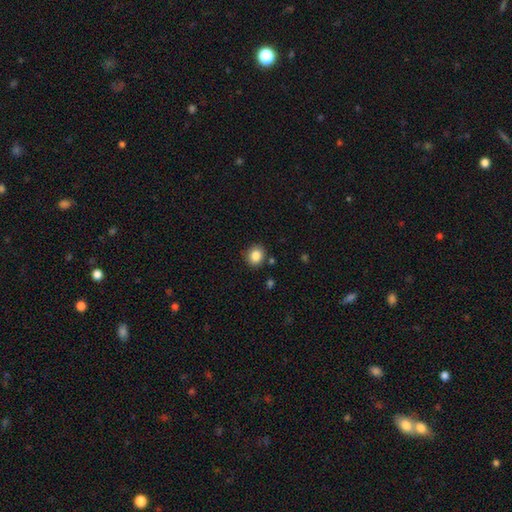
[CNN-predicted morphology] Q: Smooth or featured?
A: smooth (85%); runner-up: star or artifact (10%)
Q: How rounded?
A: round (79%); runner-up: in between (20%)
Q: Merging?
A: none (87%); runner-up: minor disturbance (8%)